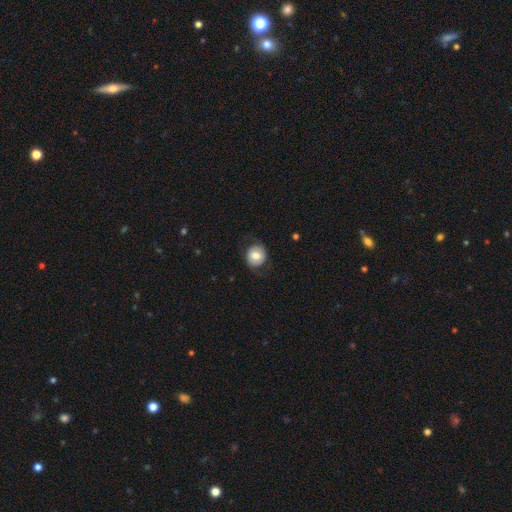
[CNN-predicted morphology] A smooth galaxy with no disk features (73%) that is round (73%).

Vote fractions:
- Smooth or featured? smooth: 73% / featured or disk: 19% / star or artifact: 8%
- How rounded? round: 73% / in between: 26% / cigar-shaped: 1%
- Merging? none: 79% / minor disturbance: 15% / major disturbance: 6% / merger: 1%